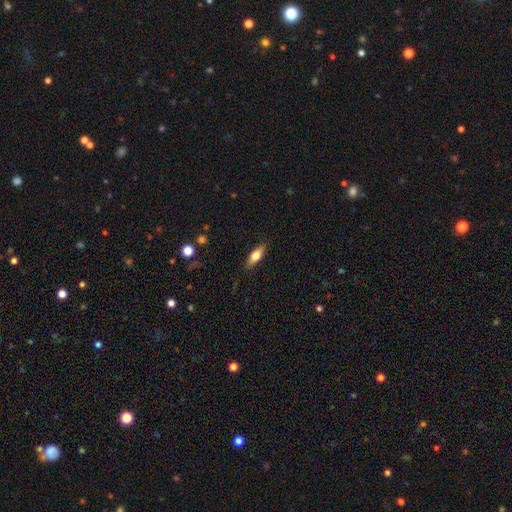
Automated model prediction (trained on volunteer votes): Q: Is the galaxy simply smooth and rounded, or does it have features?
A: smooth — 69%.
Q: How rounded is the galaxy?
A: in between — 60%.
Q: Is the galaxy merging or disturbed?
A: none — 87%.